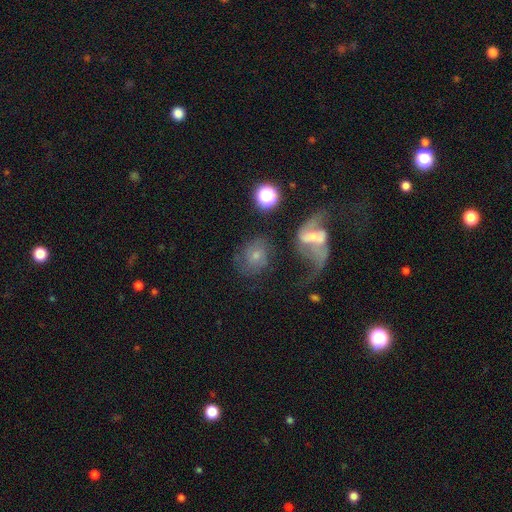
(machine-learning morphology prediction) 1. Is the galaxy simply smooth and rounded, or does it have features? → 46% featured or disk, 40% smooth, 14% star or artifact.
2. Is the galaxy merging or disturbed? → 43% none, 21% major disturbance, 20% merger, 15% minor disturbance.